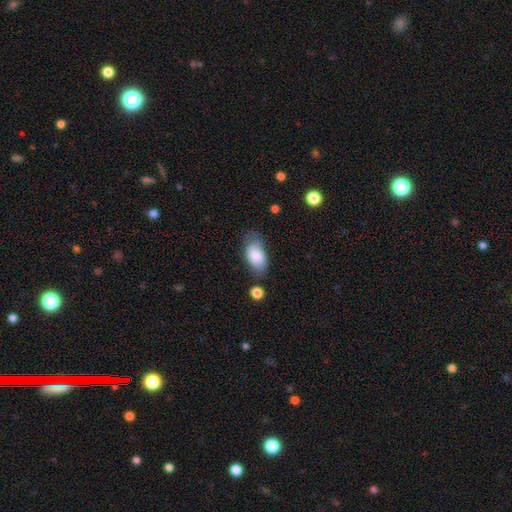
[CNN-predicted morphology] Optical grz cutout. It shows a smooth galaxy with no disk features (82%) that is in between round and cigar-shaped (92%). Merging: none (57%).